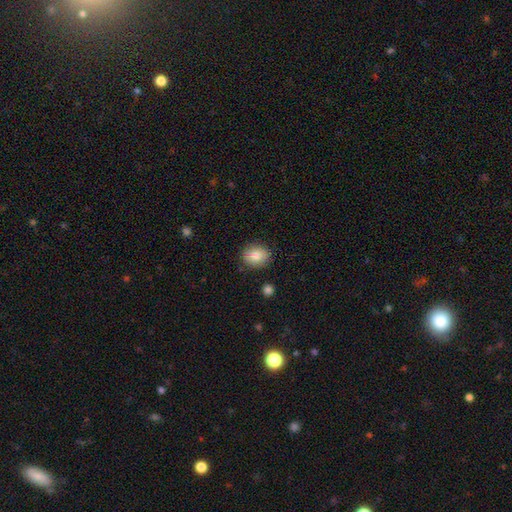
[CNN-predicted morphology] This is clearly a smooth galaxy (84%). How rounded: possibly round (55%). Merging: clearly none (85%).